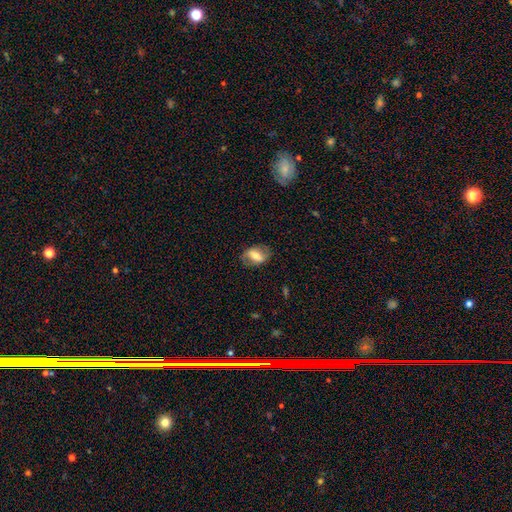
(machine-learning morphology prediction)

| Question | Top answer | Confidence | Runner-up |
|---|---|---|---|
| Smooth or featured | smooth | 50% | featured or disk (42%) |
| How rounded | in between | 81% | round (14%) |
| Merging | none | 77% | minor disturbance (16%) |